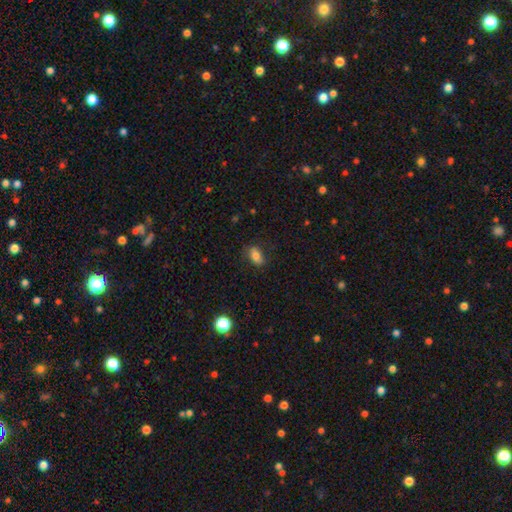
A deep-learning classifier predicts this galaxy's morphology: Q: Smooth or featured?
A: smooth (80%); runner-up: featured or disk (11%)
Q: How rounded?
A: in between (87%); runner-up: round (8%)
Q: Merging?
A: none (80%); runner-up: minor disturbance (15%)